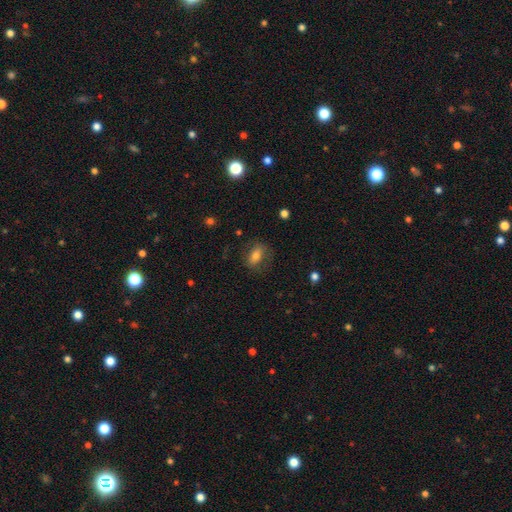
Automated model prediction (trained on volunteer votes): A smooth galaxy with no disk features (67%) that is in between round and cigar-shaped (79%).

Vote fractions:
- Smooth or featured? smooth: 67% / featured or disk: 23% / star or artifact: 10%
- How rounded? in between: 79% / round: 16% / cigar-shaped: 5%
- Merging? none: 72% / minor disturbance: 17% / major disturbance: 10% / merger: 1%